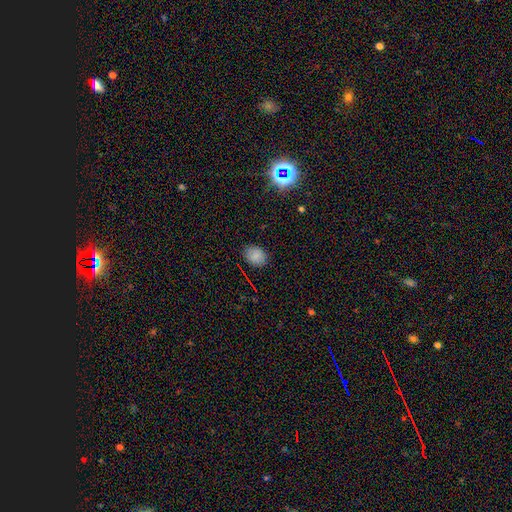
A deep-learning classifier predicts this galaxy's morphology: smooth_or_featured: smooth (p=0.82) [alt: star or artifact p=0.13]
how_rounded: in between (p=0.54) [alt: round p=0.45]
merging: none (p=0.84) [alt: minor disturbance p=0.12]